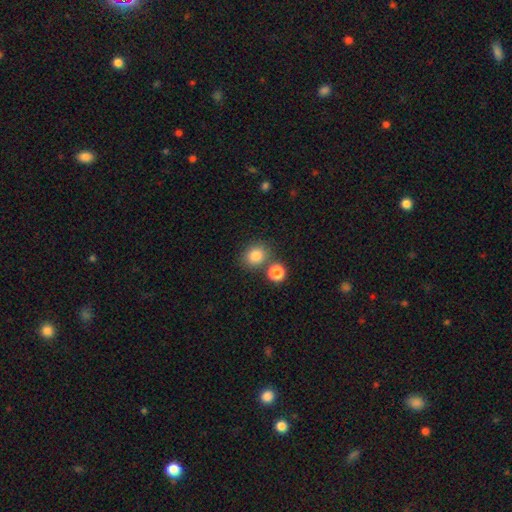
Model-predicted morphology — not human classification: A smooth galaxy with no disk features (83%) that is round (69%). Merging: none (70%).